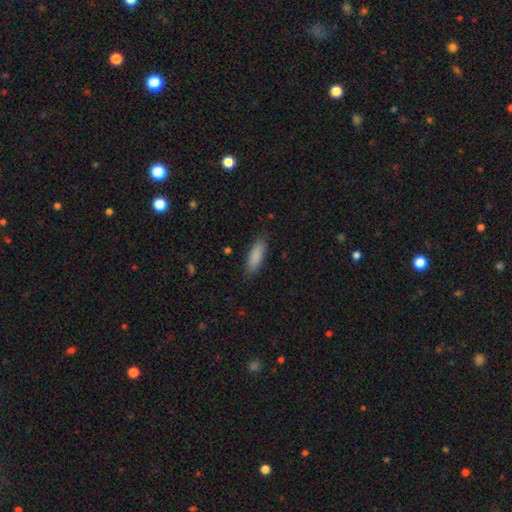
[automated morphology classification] smooth 88%, star or artifact 6%, featured or disk 6%. Down the decision tree: how rounded — in between (60%); merging — none (86%).